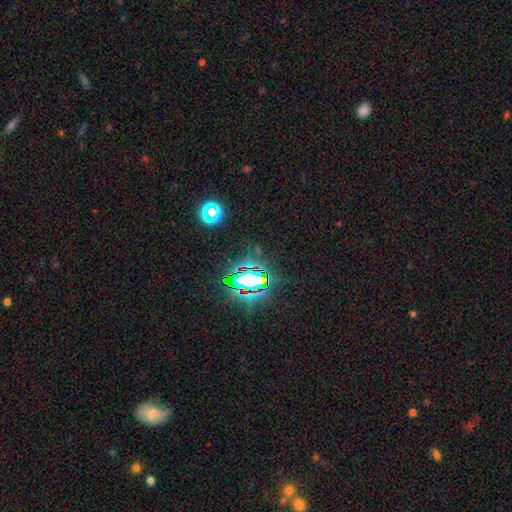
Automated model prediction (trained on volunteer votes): The model was most divided on "smooth or featured": star or artifact: 79%, smooth: 14%, featured or disk: 8%.